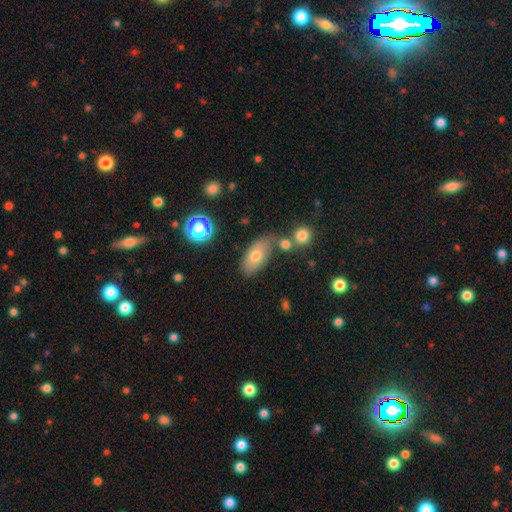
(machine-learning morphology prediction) smooth 68%, featured or disk 23%, star or artifact 9%. Down the decision tree: how rounded — in between (90%); merging — none (53%).